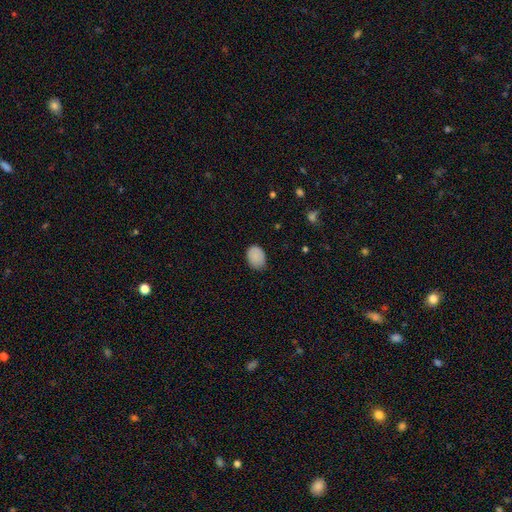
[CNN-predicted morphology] A smooth galaxy with no disk features (88%) that is in between round and cigar-shaped (72%). Merging: none (78%).